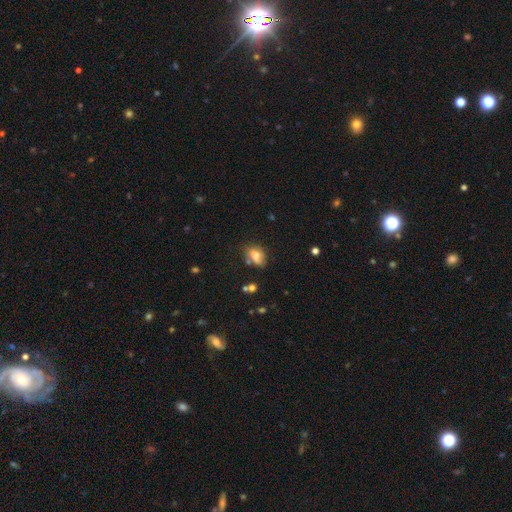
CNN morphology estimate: Overall: smooth (70%). How rounded: in between (76%). Merging: none (60%; minor disturbance 25%).